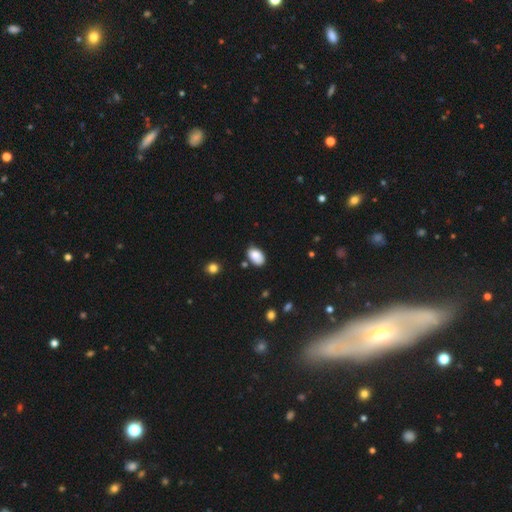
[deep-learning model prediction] smooth-or-featured: smooth: 85% | star or artifact: 8% | featured or disk: 7%
  how-rounded: in between: 91% | round: 8% | cigar-shaped: 1%
  merging: none: 67% | minor disturbance: 24% | merger: 5% | major disturbance: 4%